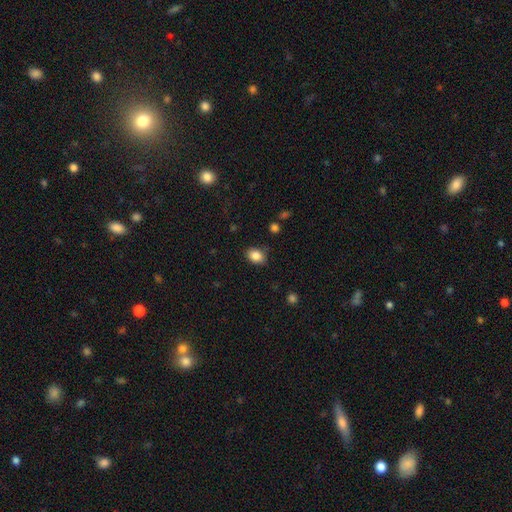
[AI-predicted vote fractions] Smooth or featured? smooth (86%)
How rounded? in between (70%)
Merging? none (83%)